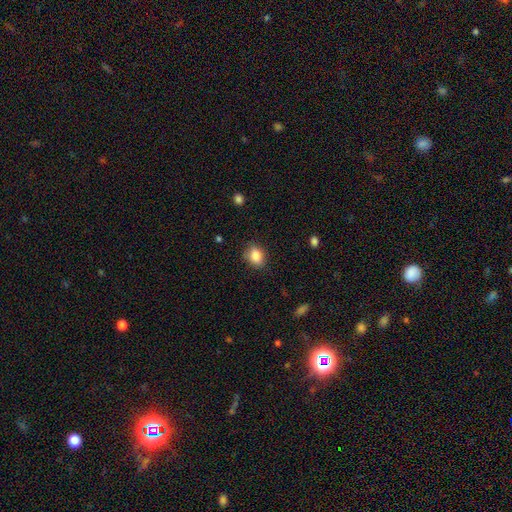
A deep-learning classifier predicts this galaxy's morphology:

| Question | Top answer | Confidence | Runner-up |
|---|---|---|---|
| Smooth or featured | smooth | 85% | star or artifact (9%) |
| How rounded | in between | 65% | round (34%) |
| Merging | none | 81% | minor disturbance (15%) |